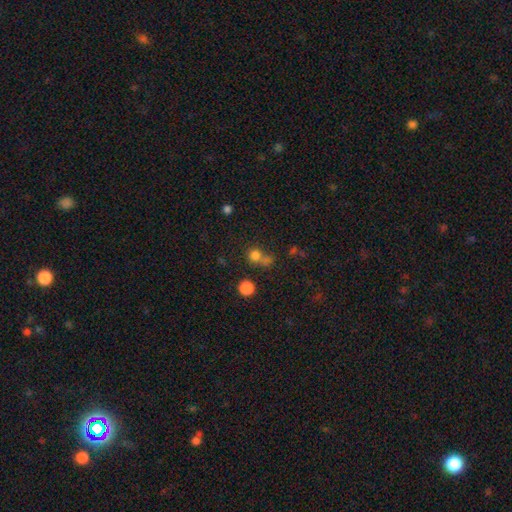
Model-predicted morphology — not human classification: Smooth or featured? smooth (76%)
How rounded? round (88%)
Merging? none (55%)